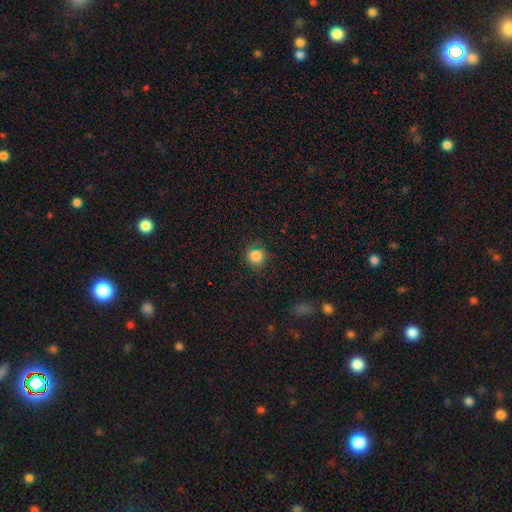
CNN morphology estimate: smooth-or-featured: smooth: 82% | star or artifact: 11% | featured or disk: 6%
  how-rounded: round: 89% | in between: 10% | cigar-shaped: 1%
  merging: none: 80% | minor disturbance: 14% | major disturbance: 5% | merger: 1%